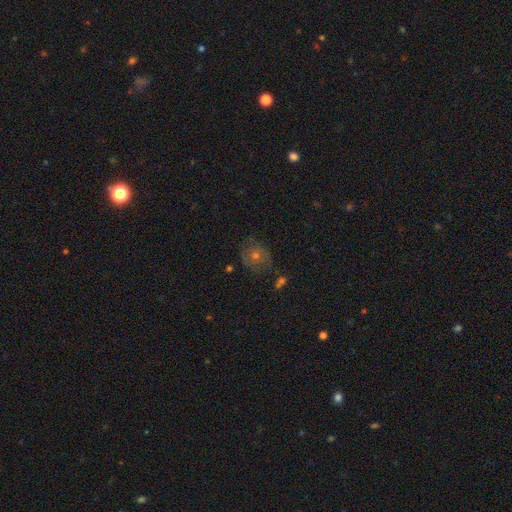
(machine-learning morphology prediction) Smooth or featured? smooth (43%)
Merging? none (73%)